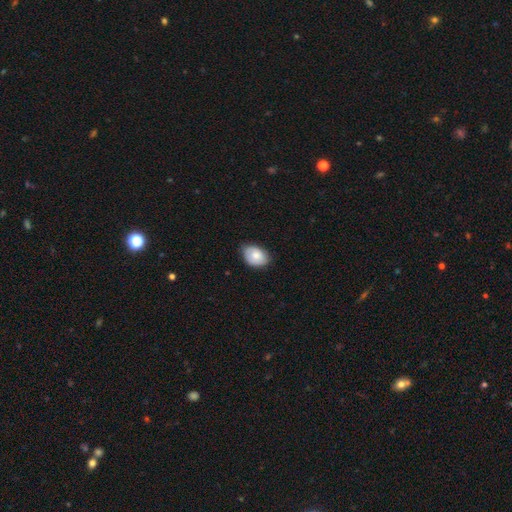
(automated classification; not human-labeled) Morphology: type=smooth (75%); roundness=in between (77%); merging=none (73%).